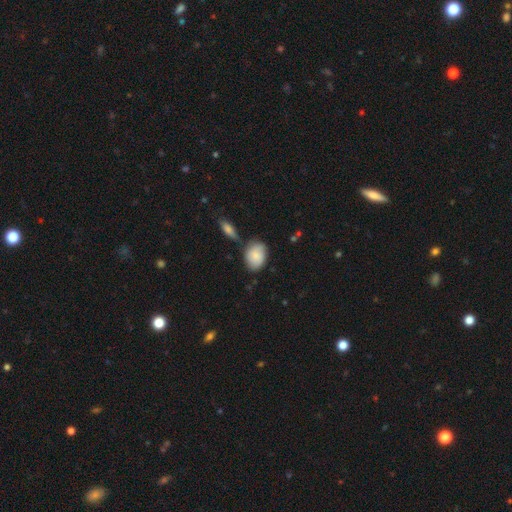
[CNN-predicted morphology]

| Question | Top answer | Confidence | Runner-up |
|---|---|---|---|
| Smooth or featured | smooth | 81% | featured or disk (13%) |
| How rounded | in between | 70% | round (29%) |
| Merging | none | 59% | minor disturbance (24%) |